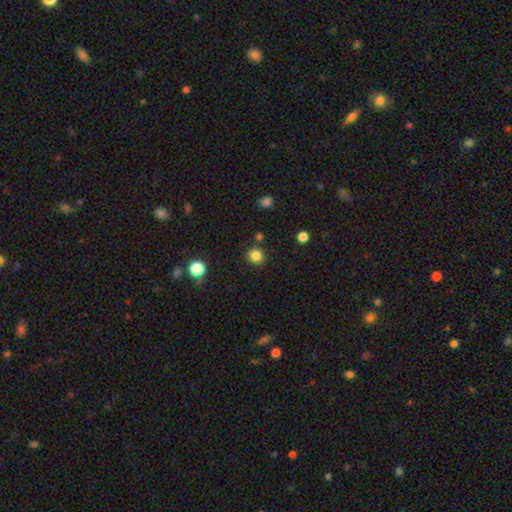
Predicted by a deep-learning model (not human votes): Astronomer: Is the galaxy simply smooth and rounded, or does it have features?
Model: smooth — 83%.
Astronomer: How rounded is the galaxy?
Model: round — 93%.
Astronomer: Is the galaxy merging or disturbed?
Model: none — 87%.